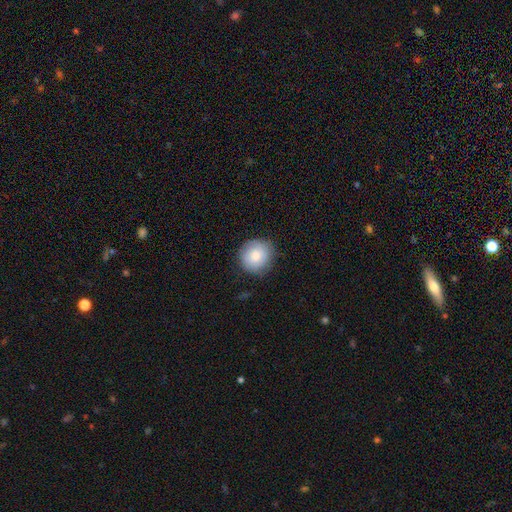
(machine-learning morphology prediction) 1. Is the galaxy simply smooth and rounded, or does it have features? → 78% smooth, 15% featured or disk, 7% star or artifact.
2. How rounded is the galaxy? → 90% round, 9% in between, 1% cigar-shaped.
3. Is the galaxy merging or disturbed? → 81% none, 14% minor disturbance, 3% major disturbance, 1% merger.